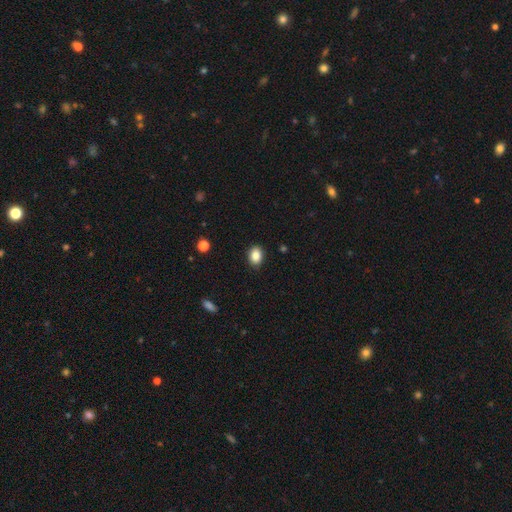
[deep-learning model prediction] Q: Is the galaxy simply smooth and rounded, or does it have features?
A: smooth — 86%.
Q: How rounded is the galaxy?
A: in between — 68%.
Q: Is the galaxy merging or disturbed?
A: none — 88%.